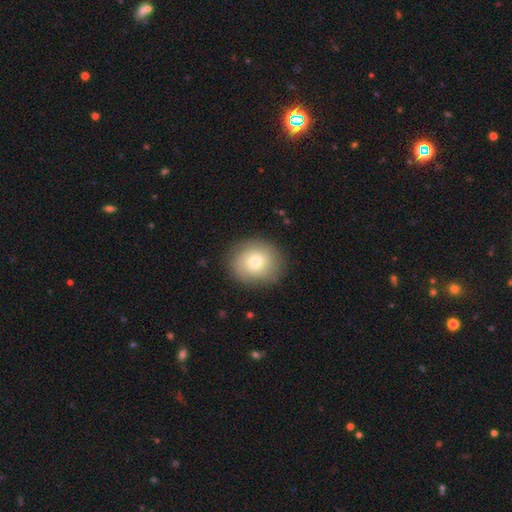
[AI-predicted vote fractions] This is likely a smooth galaxy (70%). How rounded: likely round (76%). Merging: clearly none (86%).